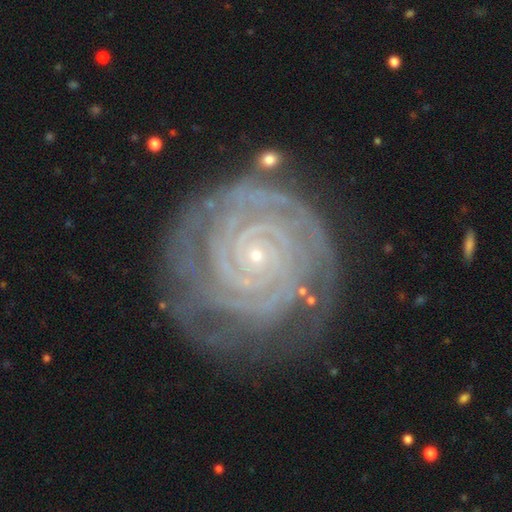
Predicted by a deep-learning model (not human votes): smooth_or_featured: featured or disk (p=0.91) [alt: star or artifact p=0.05]
disk_edge_on: no (p=0.98) [alt: yes p=0.02]
bar: no (p=0.78) [alt: weak p=0.14]
has_spiral_arms: yes (p=0.98) [alt: no p=0.02]
spiral_winding: tight (p=0.89) [alt: medium p=0.09]
spiral_arm_count: 2 (p=0.31) [alt: 3 p=0.18]
bulge_size: small (p=0.90) [alt: moderate p=0.07]
merging: none (p=0.74) [alt: minor disturbance p=0.18]